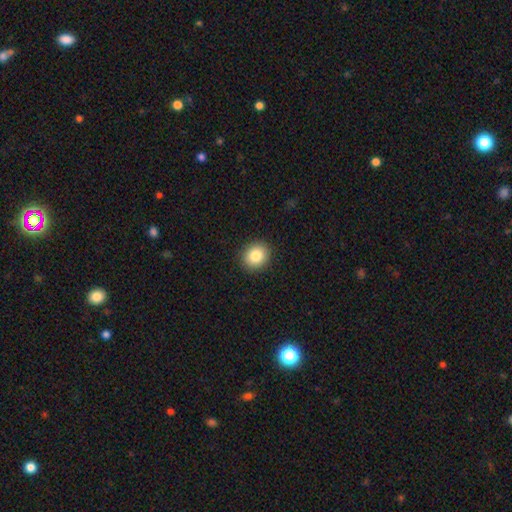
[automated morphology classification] Overall: smooth (84%). How rounded: round (76%). Merging: none (92%).